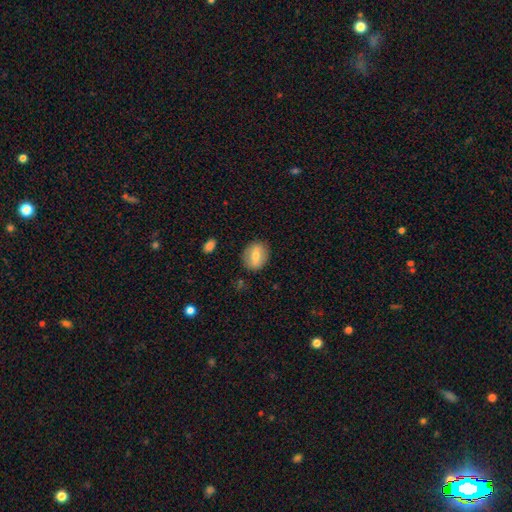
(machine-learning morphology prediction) This appears to be a smooth galaxy with no disk features (63%) that is round (53%). Merging: none (86%).